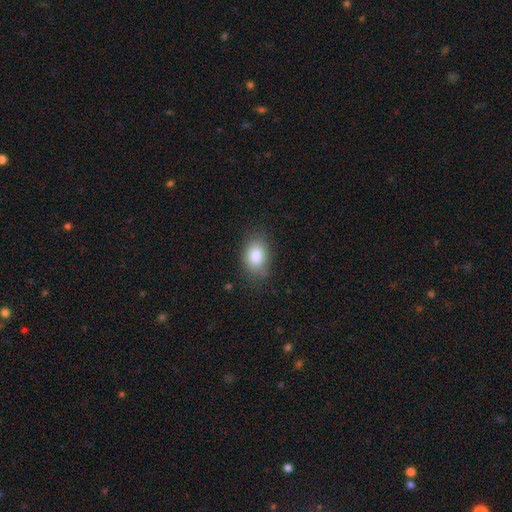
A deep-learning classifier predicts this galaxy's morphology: This appears to be a smooth galaxy with no disk features (85%) that is in between round and cigar-shaped (86%). Merging: none (77%).